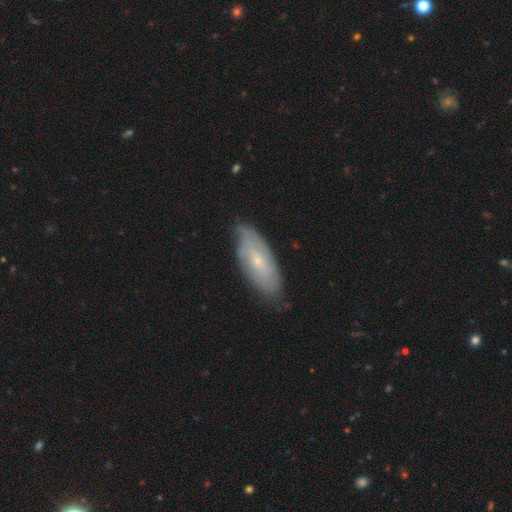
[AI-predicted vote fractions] smooth_or_featured: featured or disk (p=0.57) [alt: smooth p=0.33]
disk_edge_on: no (p=0.81) [alt: yes p=0.19]
merging: none (p=0.82) [alt: minor disturbance p=0.14]